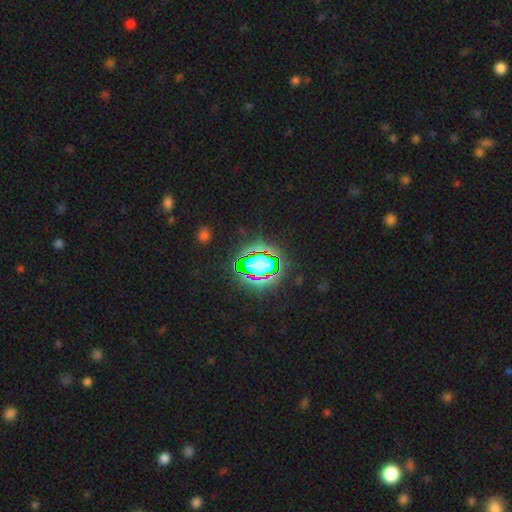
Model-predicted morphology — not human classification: This is likely a star or artifact rather than a galaxy (75%).